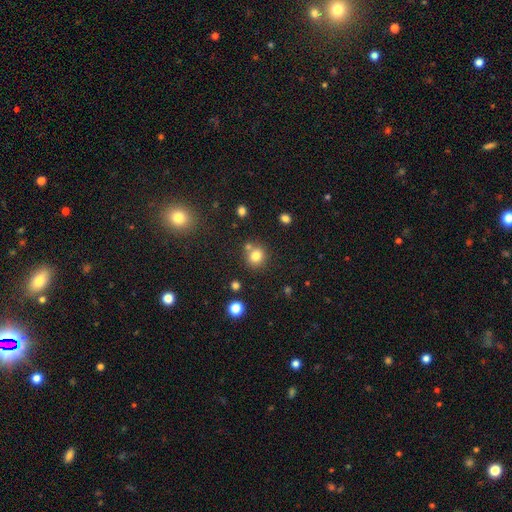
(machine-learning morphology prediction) Smooth or featured? Predicted: smooth (p=0.79). How rounded? Predicted: round (p=0.87). Merging? Predicted: none (p=0.69).